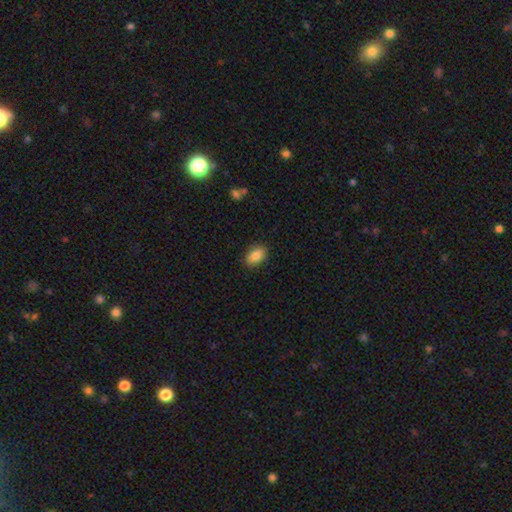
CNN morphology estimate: Smooth or featured? smooth (83%)
How rounded? in between (82%)
Merging? none (86%)